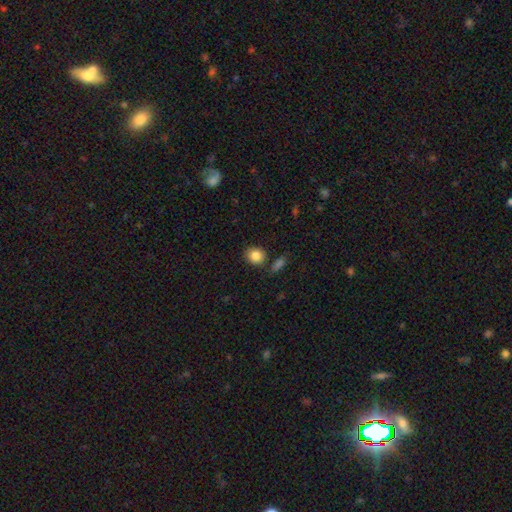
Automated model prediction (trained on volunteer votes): Smooth or featured?
  - smooth: 85% *
  - star or artifact: 9%
  - featured or disk: 7%
How rounded?
  - round: 72% *
  - in between: 27%
  - cigar-shaped: 1%
Merging?
  - none: 80% *
  - minor disturbance: 11%
  - merger: 6%
  - major disturbance: 3%